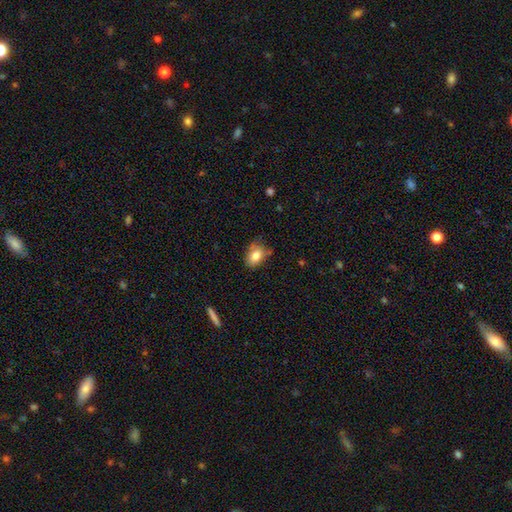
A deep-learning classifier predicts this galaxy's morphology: This is clearly a smooth galaxy (81%). How rounded: likely in between (76%). Merging: likely none (61%).